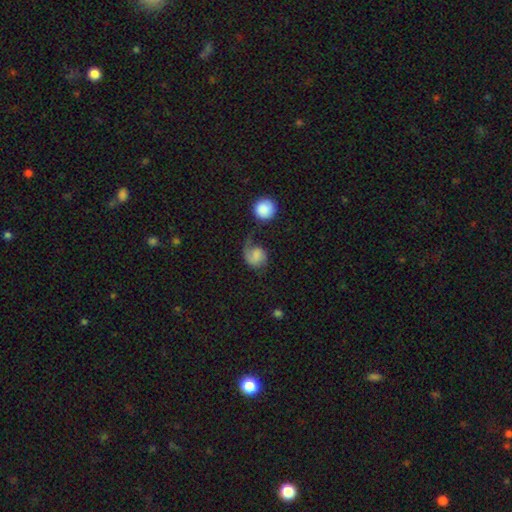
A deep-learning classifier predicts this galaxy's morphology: Overall: smooth (48%; featured or disk 44%). Merging: none (36%, tied with major disturbance).